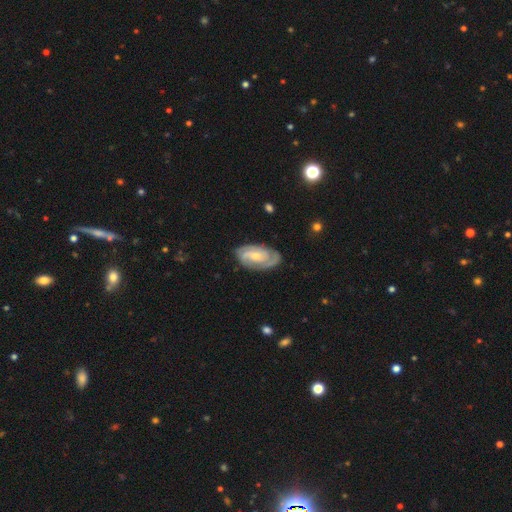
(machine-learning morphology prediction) Smooth or featured: featured or disk — 82% (smooth — 13%)
Edge-on disk: no — 96% (yes — 4%)
Bar: no — 54% (weak — 38%)
Spiral arms: yes — 96% (no — 4%)
Spiral winding: tight — 57% (medium — 34%)
Spiral arm count: 2 — 58% (3 — 17%)
Bulge size: small — 55% (moderate — 39%)
Merging: none — 78% (minor disturbance — 16%)